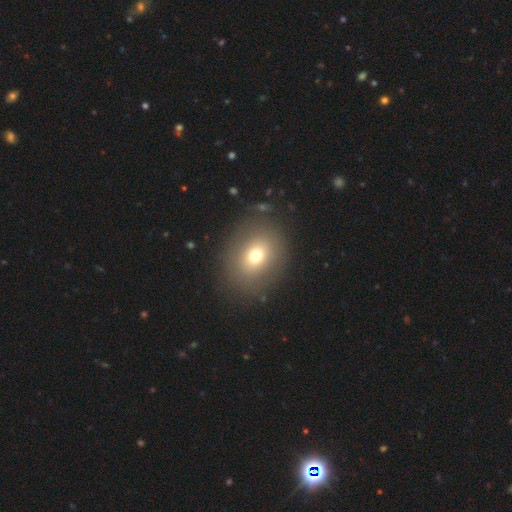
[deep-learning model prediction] This appears to be a smooth galaxy with no disk features (69%) that is round (58%). Merging: none (83%).